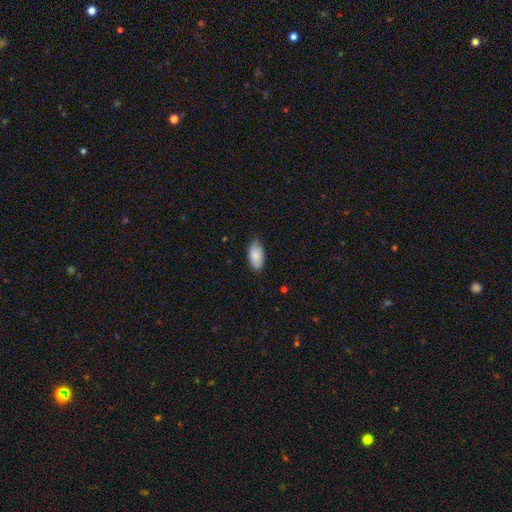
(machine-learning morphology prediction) Q: Smooth or featured?
A: smooth (87%); runner-up: featured or disk (7%)
Q: How rounded?
A: in between (94%); runner-up: cigar-shaped (4%)
Q: Merging?
A: none (81%); runner-up: minor disturbance (15%)